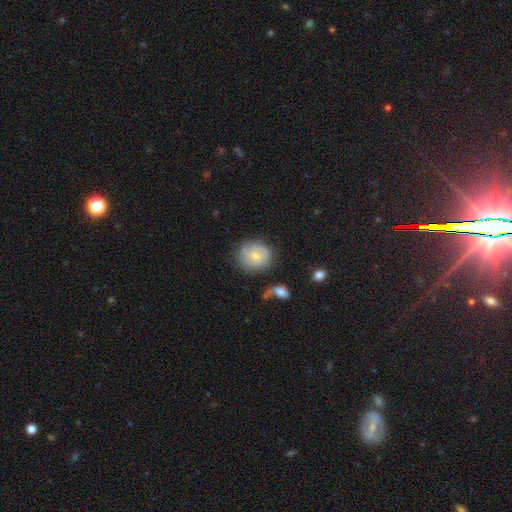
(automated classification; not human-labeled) Overall: smooth (49%; featured or disk 44%). Merging: none (65%).